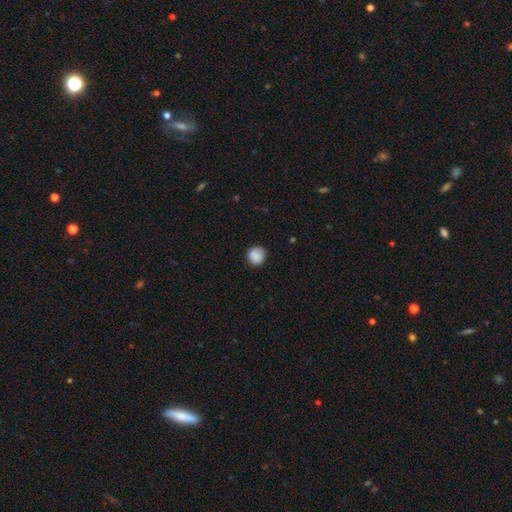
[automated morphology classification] smooth 87%, star or artifact 8%, featured or disk 5%. Down the decision tree: how rounded — round (87%); merging — none (84%).